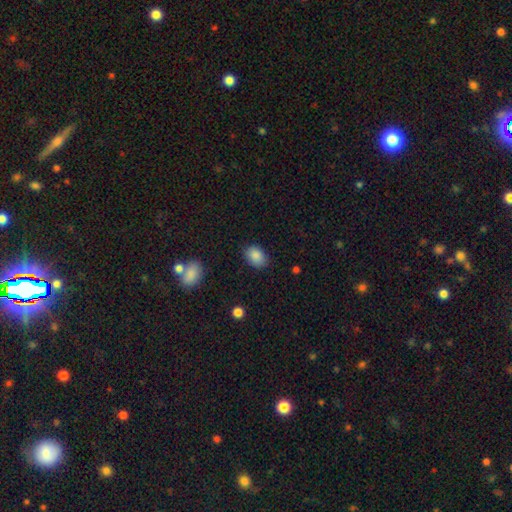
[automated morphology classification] smooth_or_featured: smooth (p=0.87) [alt: star or artifact p=0.08]
how_rounded: in between (p=0.77) [alt: round p=0.22]
merging: none (p=0.82) [alt: minor disturbance p=0.13]